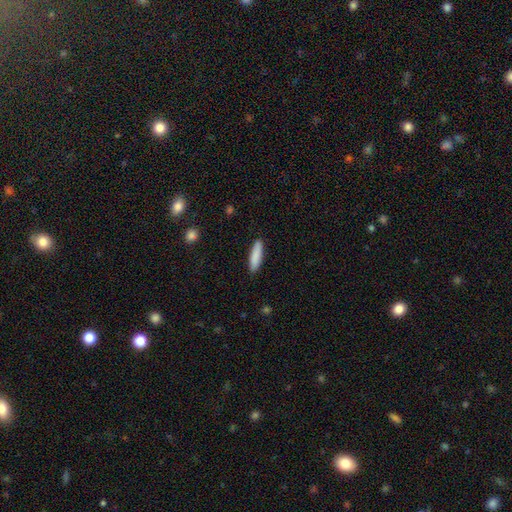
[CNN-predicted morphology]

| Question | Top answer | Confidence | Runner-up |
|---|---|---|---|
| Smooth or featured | smooth | 87% | featured or disk (7%) |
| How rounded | cigar-shaped | 71% | in between (28%) |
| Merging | none | 90% | minor disturbance (8%) |